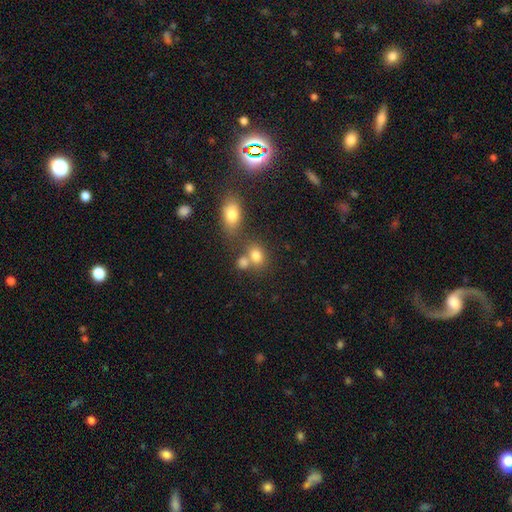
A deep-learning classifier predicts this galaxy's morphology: Smooth or featured? Predicted: smooth (p=0.78). How rounded? Predicted: in between (p=0.53). Merging? Predicted: none (p=0.49).